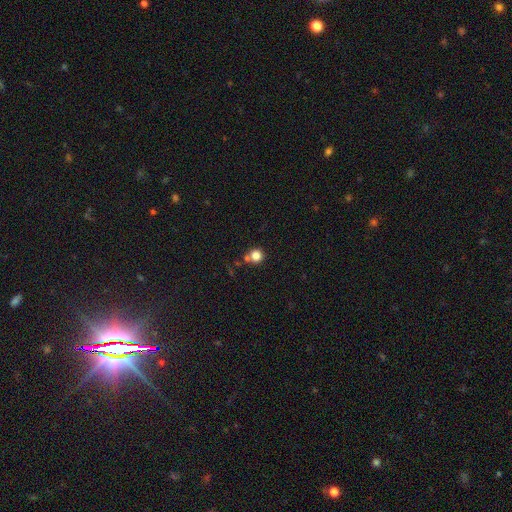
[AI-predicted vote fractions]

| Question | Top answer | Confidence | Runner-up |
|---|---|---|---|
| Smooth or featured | smooth | 82% | star or artifact (12%) |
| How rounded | round | 92% | in between (7%) |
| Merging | none | 66% | merger (19%) |